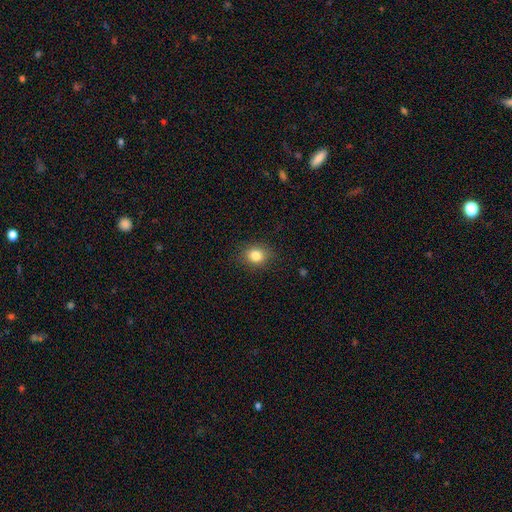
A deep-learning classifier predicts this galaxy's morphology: type=smooth (83%); roundness=round (59%); merging=none (86%).